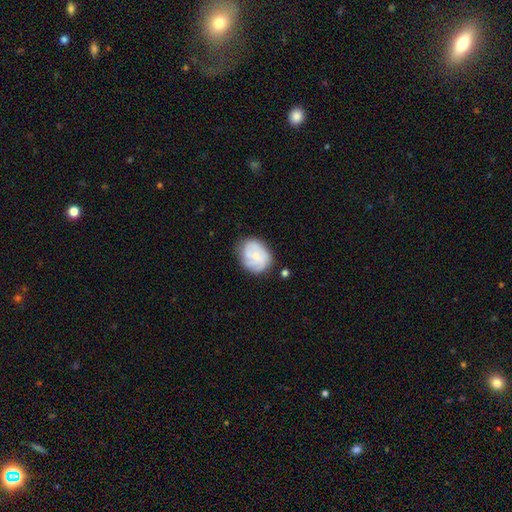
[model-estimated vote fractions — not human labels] Smooth or featured?
  - featured or disk: 60% *
  - smooth: 33%
  - star or artifact: 8%
Edge-on disk?
  - no: 98% *
  - yes: 2%
Bar?
  - no: 70% *
  - weak: 27%
  - strong: 4%
Spiral arms?
  - yes: 89% *
  - no: 11%
Spiral winding?
  - tight: 47% *
  - medium: 38%
  - loose: 15%
Spiral arm count?
  - 3: 35% *
  - can't tell: 26%
  - 4: 17%
  - 2: 11%
  - more than 4: 5%
  - 1: 5%
Bulge size?
  - small: 55% *
  - none: 23%
  - moderate: 18%
  - large: 2%
  - dominant: 1%
Merging?
  - none: 72% *
  - minor disturbance: 19%
  - major disturbance: 7%
  - merger: 2%